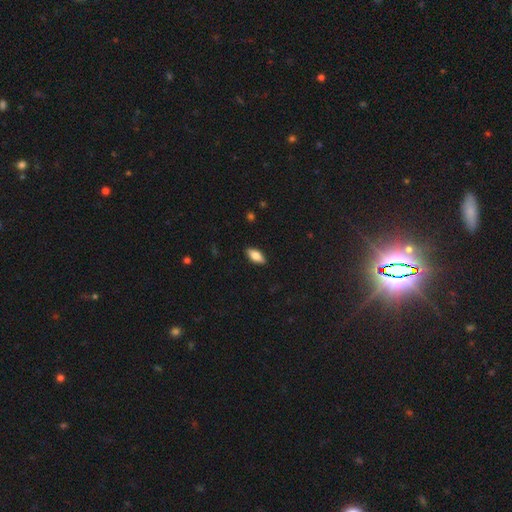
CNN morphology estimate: This appears to be a smooth galaxy with no disk features (74%) that is in between round and cigar-shaped (84%). Merging: none (89%).